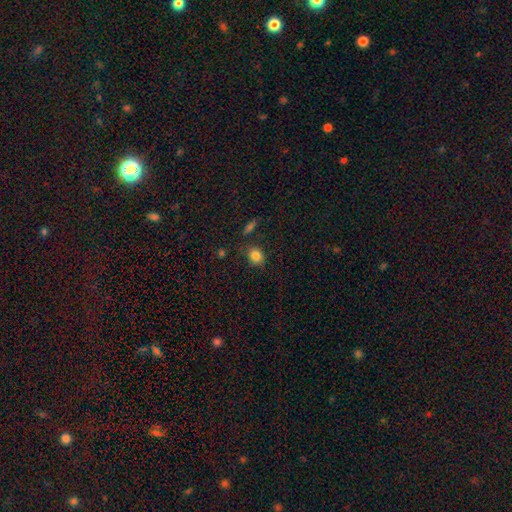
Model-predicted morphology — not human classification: Overall: smooth (83%). How rounded: round (60%; in between 38%). Merging: none (79%).